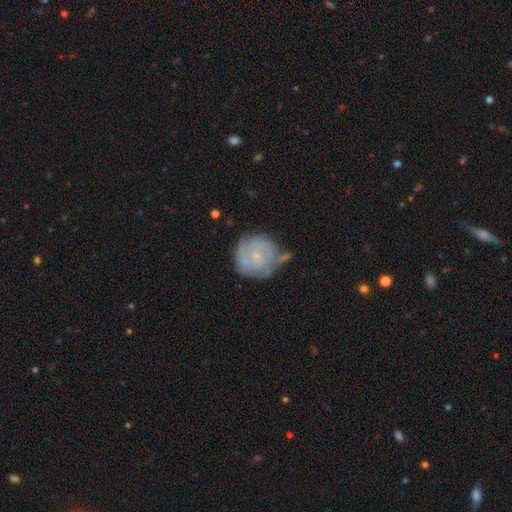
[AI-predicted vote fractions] Smooth or featured: featured or disk — 60% (smooth — 32%)
Edge-on disk: no — 97% (yes — 3%)
Bar: no — 76% (weak — 21%)
Spiral arms: yes — 73% (no — 27%)
Bulge size: small — 78% (moderate — 16%)
Merging: none — 51% (minor disturbance — 28%)